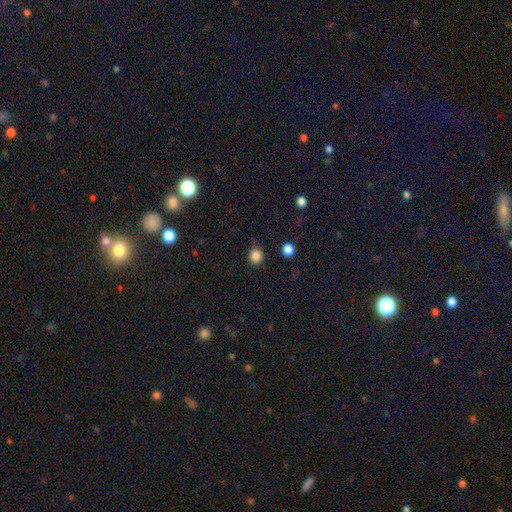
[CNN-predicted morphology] Q: Smooth or featured?
A: smooth (85%); runner-up: star or artifact (11%)
Q: How rounded?
A: round (73%); runner-up: in between (26%)
Q: Merging?
A: none (76%); runner-up: minor disturbance (18%)